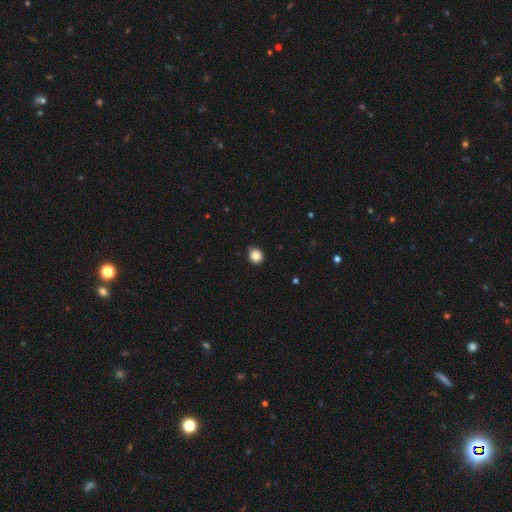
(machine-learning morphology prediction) type=smooth (86%); roundness=round (77%); merging=none (78%).